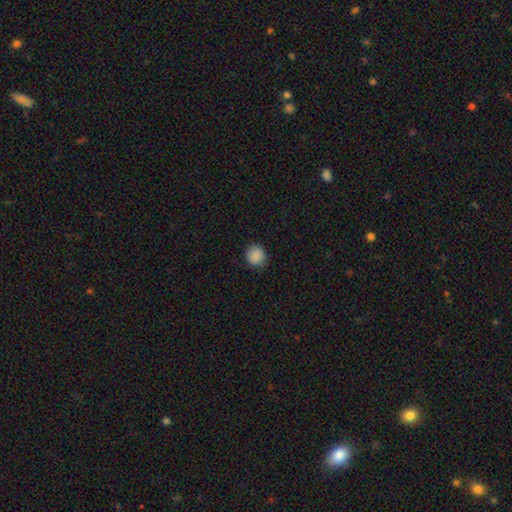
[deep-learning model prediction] Morphology: type=smooth (87%); roundness=round (86%); merging=none (85%).